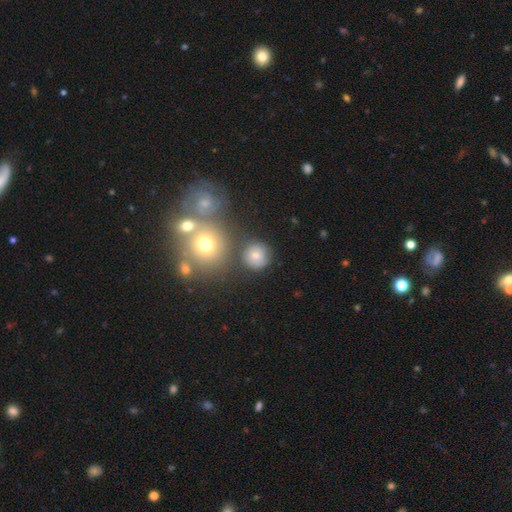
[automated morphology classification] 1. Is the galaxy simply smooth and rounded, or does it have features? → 71% smooth, 16% featured or disk, 13% star or artifact.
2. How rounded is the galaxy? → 90% round, 9% in between, 1% cigar-shaped.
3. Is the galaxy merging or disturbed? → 76% none, 11% minor disturbance, 8% merger, 5% major disturbance.